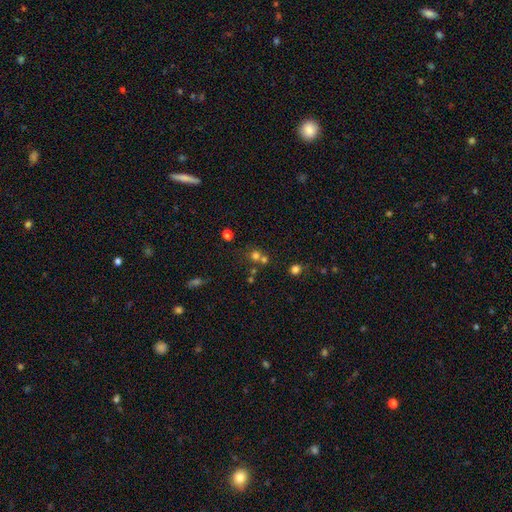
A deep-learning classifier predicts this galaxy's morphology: smooth-or-featured: smooth: 66% | star or artifact: 23% | featured or disk: 11%
  how-rounded: round: 85% | in between: 14% | cigar-shaped: 1%
  merging: none: 53% | merger: 36% | minor disturbance: 7% | major disturbance: 4%